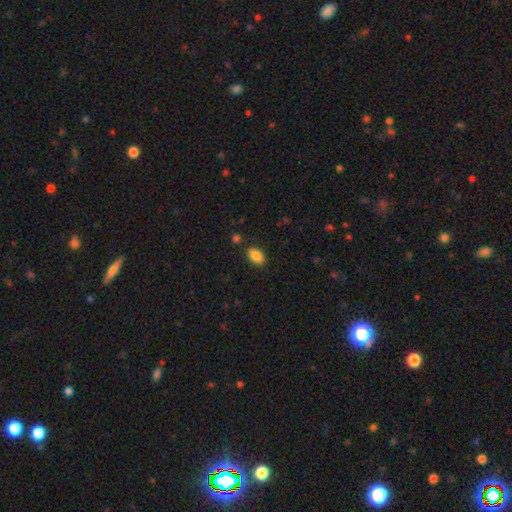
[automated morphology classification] The model was most divided on "merging": none: 84%, minor disturbance: 10%, merger: 3%, major disturbance: 3%. More confident: how rounded — in between (91%); smooth or featured — smooth (87%).